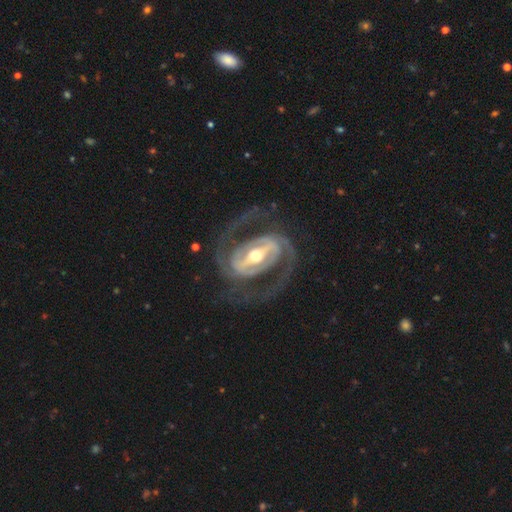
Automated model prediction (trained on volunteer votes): featured or disk 92%, smooth 4%, star or artifact 3%. Down the decision tree: edge-on disk — no (96%); bar — strong (73%); spiral arms — yes (96%); spiral arm count — 2 (92%); spiral winding — medium (53%); bulge size — moderate (71%); merging — none (77%).